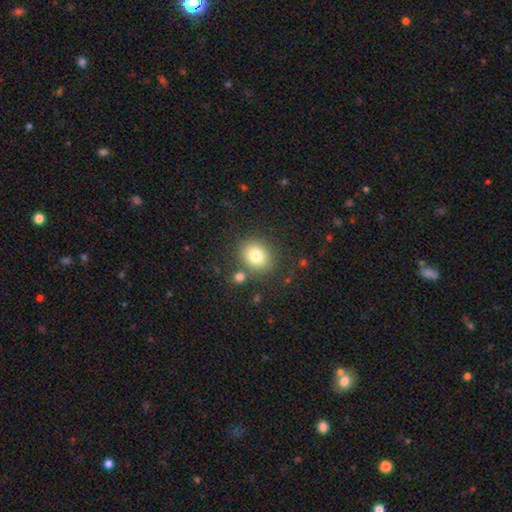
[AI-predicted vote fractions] smooth_or_featured: smooth (p=0.80) [alt: star or artifact p=0.11]
how_rounded: round (p=0.68) [alt: in between p=0.32]
merging: none (p=0.79) [alt: minor disturbance p=0.10]